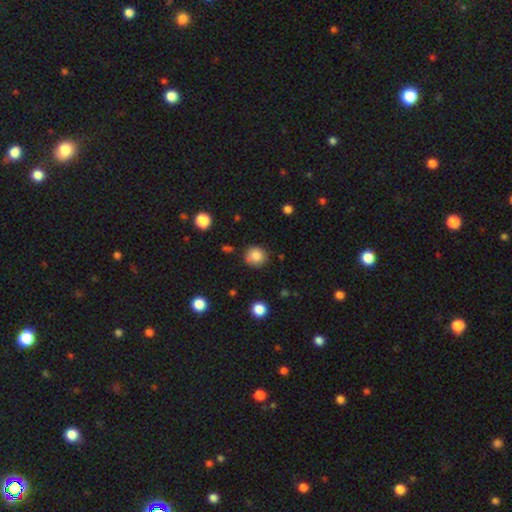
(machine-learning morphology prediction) Smooth or featured?
  - smooth: 83% *
  - star or artifact: 10%
  - featured or disk: 6%
How rounded?
  - round: 87% *
  - in between: 12%
  - cigar-shaped: 1%
Merging?
  - none: 78% *
  - minor disturbance: 15%
  - major disturbance: 4%
  - merger: 4%